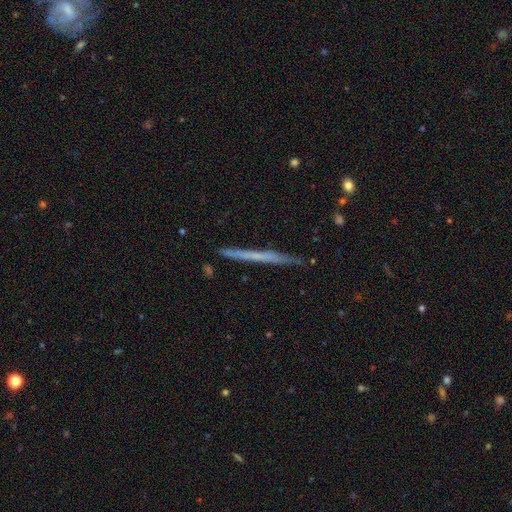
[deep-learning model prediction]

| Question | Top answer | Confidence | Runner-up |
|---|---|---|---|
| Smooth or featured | featured or disk | 52% | smooth (41%) |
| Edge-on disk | yes | 97% | no (3%) |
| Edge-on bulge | none | 89% | rounded (8%) |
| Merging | none | 89% | minor disturbance (8%) |